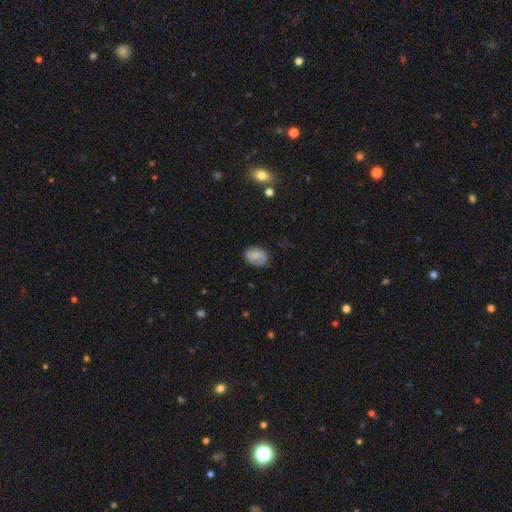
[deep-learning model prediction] The model was most divided on "how rounded": in between: 59%, round: 40%, cigar-shaped: 1%. More confident: merging — none (75%); smooth or featured — smooth (69%).